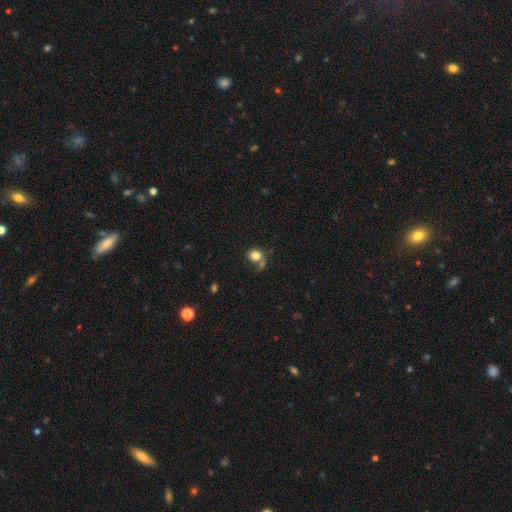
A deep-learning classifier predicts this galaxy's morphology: A smooth galaxy with no disk features (80%) that is round (79%). Merging: none (55%).